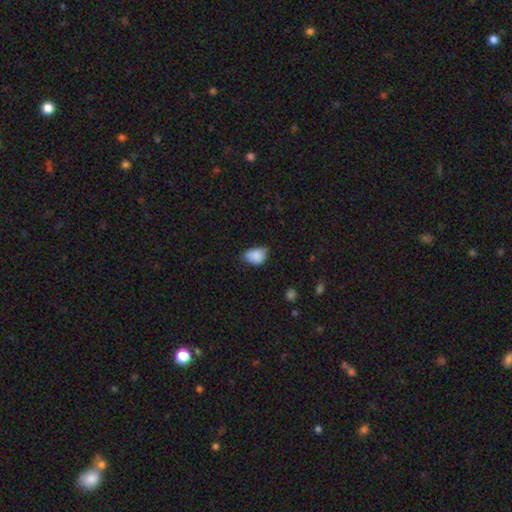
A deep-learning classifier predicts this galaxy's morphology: Q: Smooth or featured?
A: smooth (84%); runner-up: star or artifact (9%)
Q: How rounded?
A: in between (74%); runner-up: round (25%)
Q: Merging?
A: none (44%); tied with: minor disturbance (44%)